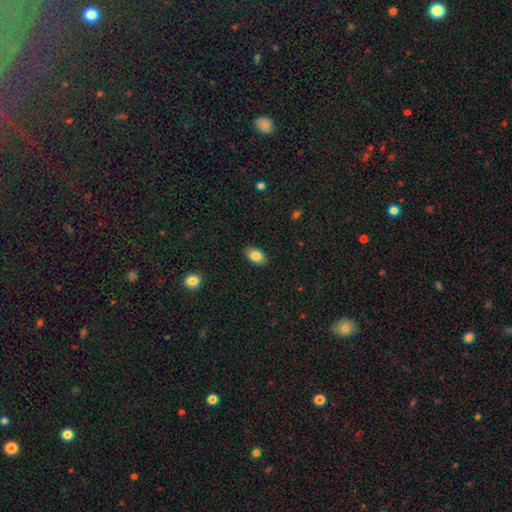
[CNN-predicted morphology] Smooth or featured?
  - smooth: 83% *
  - featured or disk: 9%
  - star or artifact: 8%
How rounded?
  - in between: 91% *
  - round: 7%
  - cigar-shaped: 2%
Merging?
  - none: 88% *
  - minor disturbance: 9%
  - major disturbance: 2%
  - merger: 1%